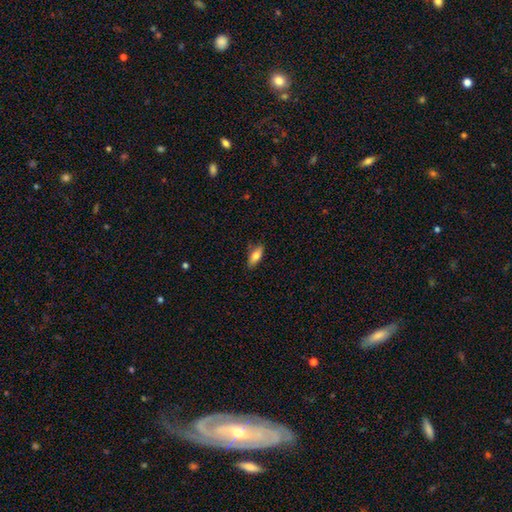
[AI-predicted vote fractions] Overall: smooth (76%). How rounded: in between (76%). Merging: none (81%).